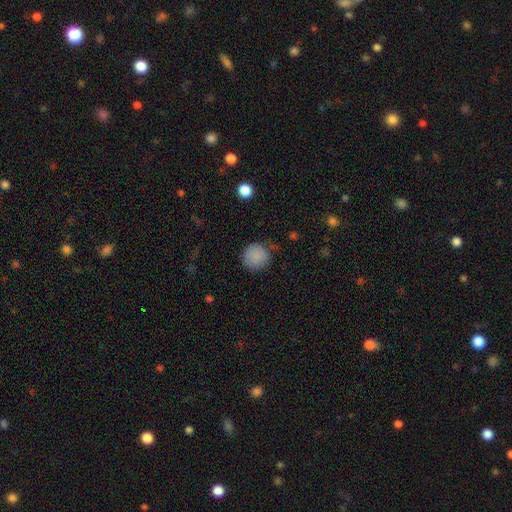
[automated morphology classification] Smooth or featured? Predicted: smooth (p=0.86). How rounded? Predicted: round (p=0.93). Merging? Predicted: none (p=0.80).